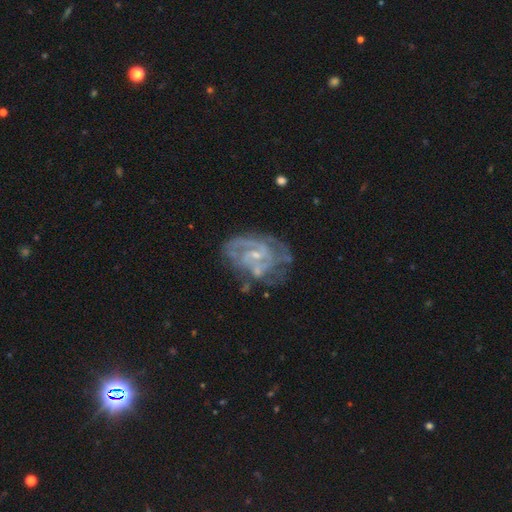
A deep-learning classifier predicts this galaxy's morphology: featured or disk 85%, smooth 8%, star or artifact 7%. Down the decision tree: edge-on disk — no (98%); bar — weak (46%); spiral arms — yes (88%); spiral arm count — 2 (39%); spiral winding — tight (47%); bulge size — small (68%); merging — none (52%).